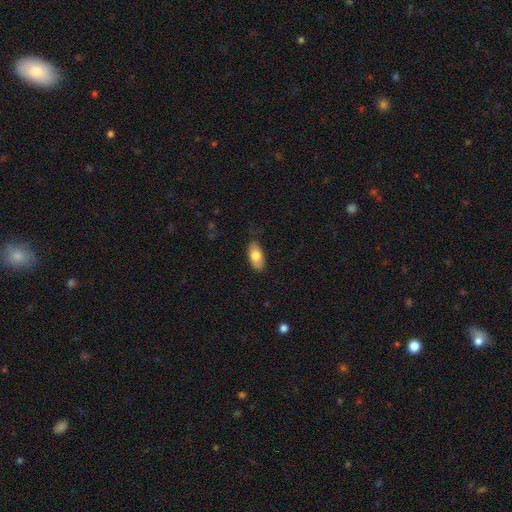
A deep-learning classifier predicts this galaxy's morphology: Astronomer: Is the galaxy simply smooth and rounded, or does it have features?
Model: smooth — 75%.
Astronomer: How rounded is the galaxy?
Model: in between — 89%.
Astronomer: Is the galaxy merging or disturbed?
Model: none — 76%.